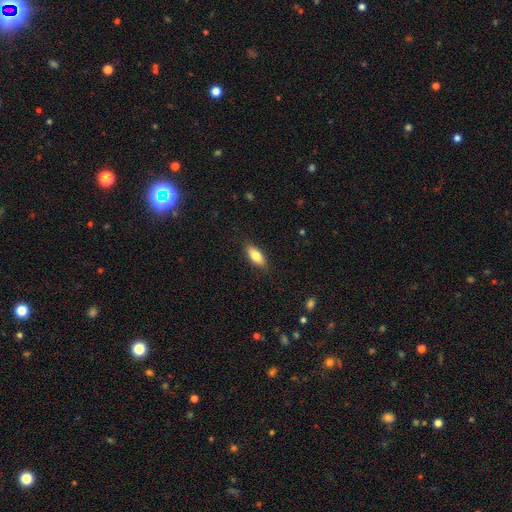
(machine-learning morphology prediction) type=smooth (78%); roundness=in between (80%); merging=none (87%).